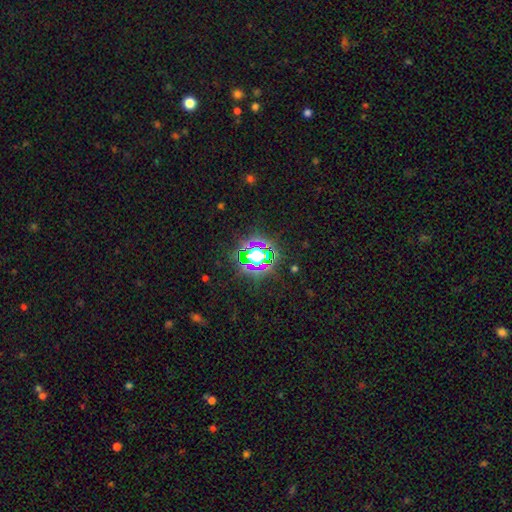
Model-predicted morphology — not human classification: The model was most divided on "smooth or featured": star or artifact: 62%, smooth: 23%, featured or disk: 15%.